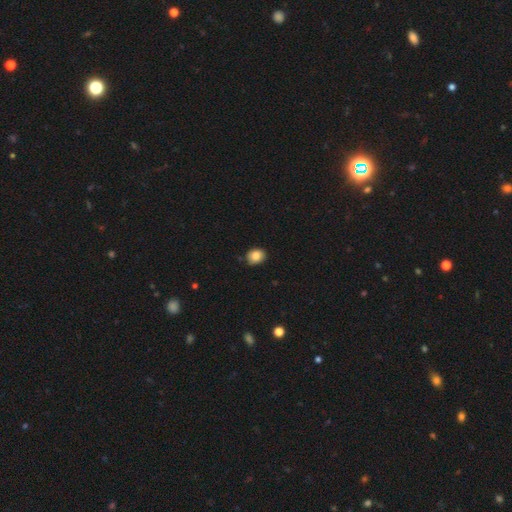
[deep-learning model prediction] This is clearly a smooth galaxy (85%). How rounded: possibly round (59%). Merging: clearly none (83%).